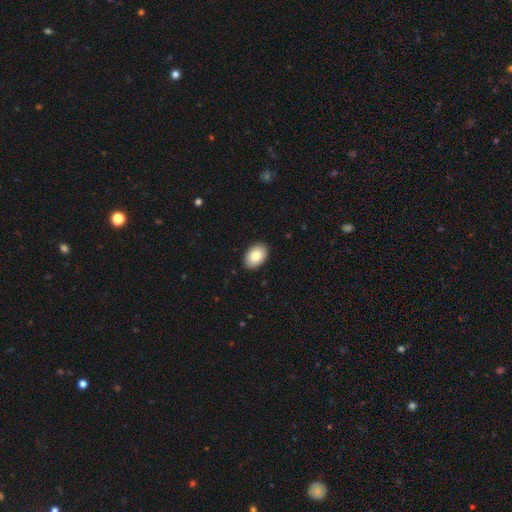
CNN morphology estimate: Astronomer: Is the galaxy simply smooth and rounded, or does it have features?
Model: smooth — 82%.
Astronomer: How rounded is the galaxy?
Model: in between — 87%.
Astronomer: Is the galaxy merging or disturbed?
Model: none — 90%.